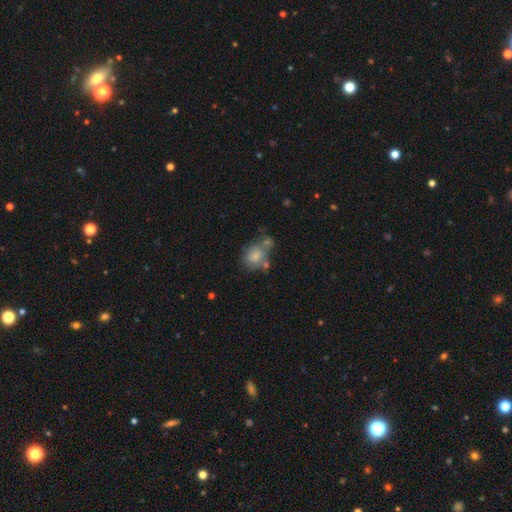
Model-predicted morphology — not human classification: A smooth galaxy with no disk features (70%) that is in between round and cigar-shaped (53%).

Vote fractions:
- Smooth or featured? smooth: 70% / featured or disk: 20% / star or artifact: 9%
- How rounded? in between: 53% / round: 46% / cigar-shaped: 1%
- Merging? merger: 33% / none: 32% / minor disturbance: 21% / major disturbance: 14%